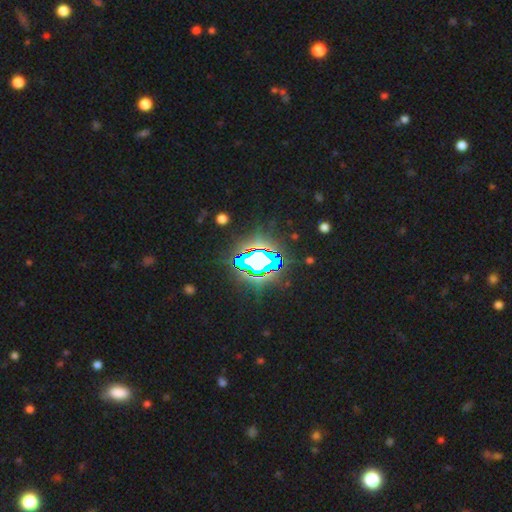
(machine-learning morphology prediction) A star or artifact, not a galaxy (80%).